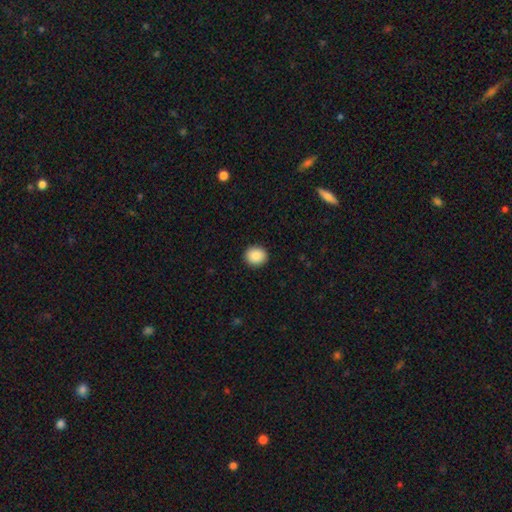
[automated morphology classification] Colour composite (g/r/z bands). It shows a smooth galaxy with no disk features (89%) that is round (80%). Merging: none (92%).